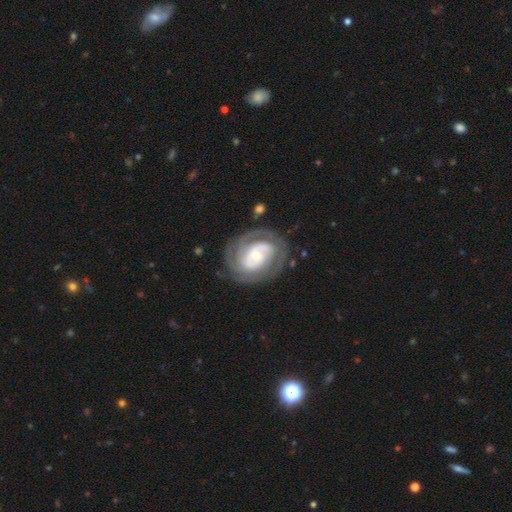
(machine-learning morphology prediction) smooth-or-featured: featured or disk: 86% | smooth: 9% | star or artifact: 5%
  disk-edge-on: no: 97% | yes: 3%
    bar: no: 56% | weak: 30% | strong: 13%
    has-spiral-arms: yes: 95% | no: 5%
      spiral-winding: tight: 68% | medium: 26% | loose: 6%
      spiral-arm-count: 2: 38% | can't tell: 24% | 3: 22% | 4: 7% | 1: 5% | more than 4: 5%
    bulge-size: small: 46% (tied) | moderate: 46% (tied) | large: 5% | none: 1% | dominant: 1%
  merging: none: 77% | minor disturbance: 14% | major disturbance: 7% | merger: 2%